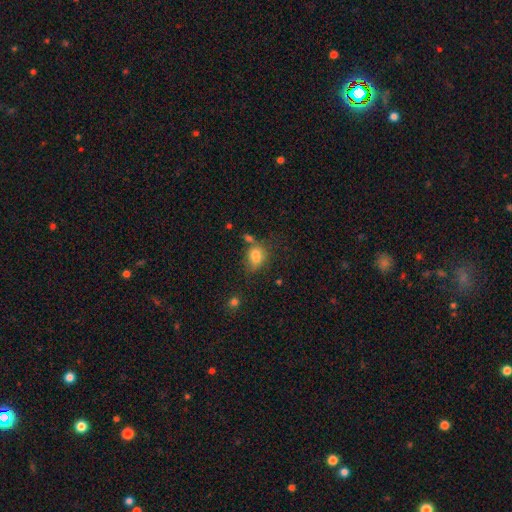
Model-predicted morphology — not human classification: The model was most divided on "merging": none: 44%, merger: 27%, minor disturbance: 20%, major disturbance: 9%. More confident: smooth or featured — smooth (75%); how rounded — in between (66%).